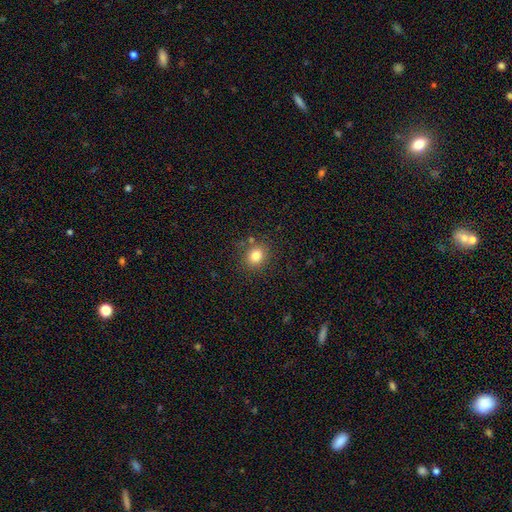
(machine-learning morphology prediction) The model was most divided on "how rounded": round: 67%, in between: 32%, cigar-shaped: 1%. More confident: smooth or featured — smooth (81%); merging — none (81%).